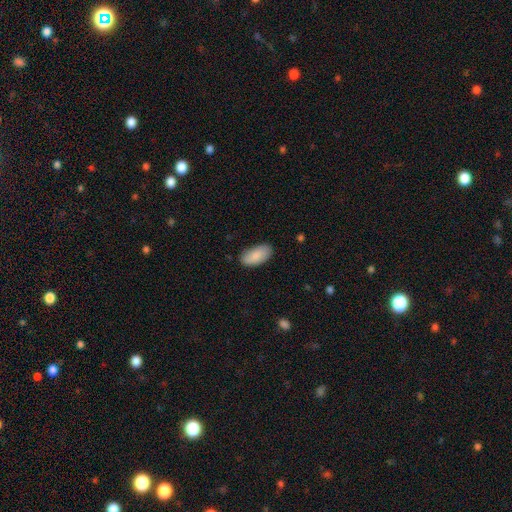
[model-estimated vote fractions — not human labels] Q: Smooth or featured?
A: smooth (88%); runner-up: star or artifact (6%)
Q: How rounded?
A: in between (94%); runner-up: cigar-shaped (4%)
Q: Merging?
A: none (83%); runner-up: minor disturbance (13%)